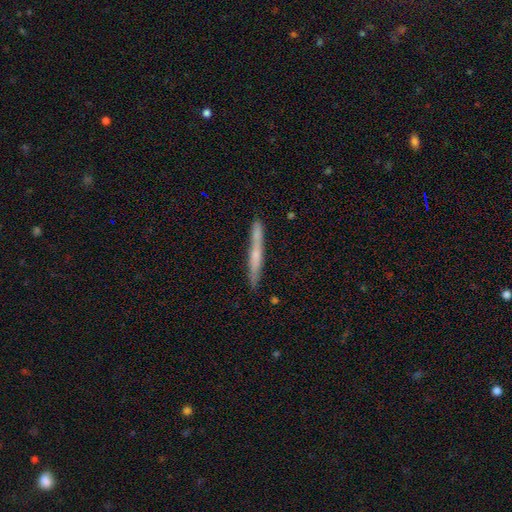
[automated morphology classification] A smooth galaxy with no disk features (47%, tied with featured or disk).

Vote fractions:
- Smooth or featured? smooth: 47% (tied) / featured or disk: 47% (tied) / star or artifact: 6%
- Merging? none: 83% / minor disturbance: 12% / merger: 3% / major disturbance: 2%